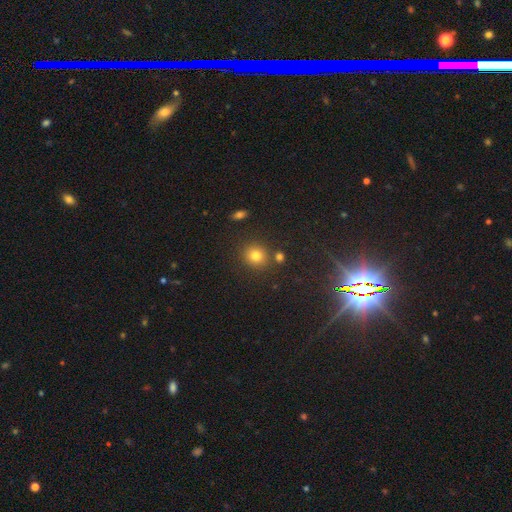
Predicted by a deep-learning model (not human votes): smooth_or_featured: smooth (p=0.78) [alt: star or artifact p=0.15]
how_rounded: round (p=0.86) [alt: in between p=0.13]
merging: none (p=0.81) [alt: minor disturbance p=0.09]